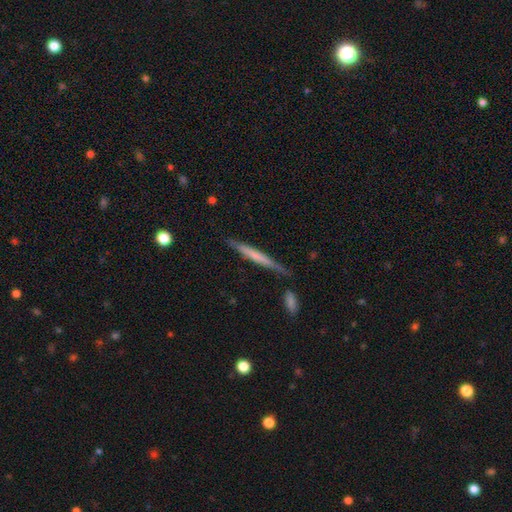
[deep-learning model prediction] smooth-or-featured: smooth: 48% | featured or disk: 47% | star or artifact: 6%
  merging: none: 77% | minor disturbance: 15% | merger: 5% | major disturbance: 3%